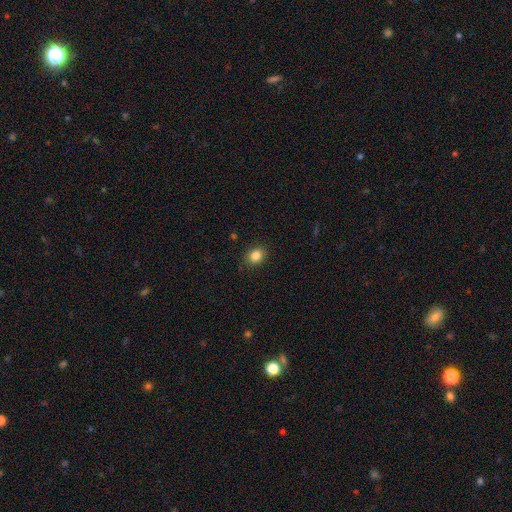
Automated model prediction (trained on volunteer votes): Smooth or featured: smooth — 85% (star or artifact — 10%)
How rounded: round — 54% (in between — 45%)
Merging: none — 86% (minor disturbance — 10%)